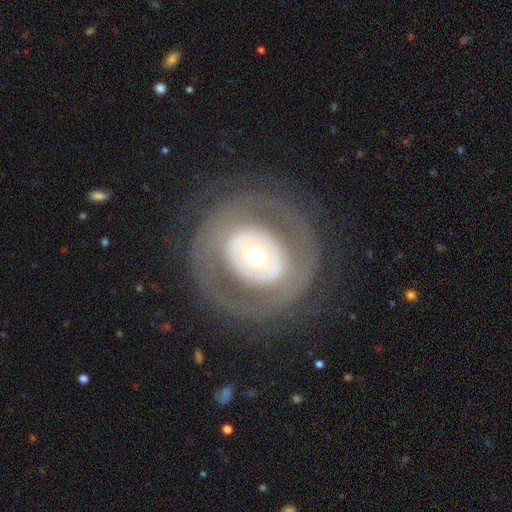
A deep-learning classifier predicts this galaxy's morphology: Smooth or featured? Predicted: featured or disk (p=0.62). Edge-on disk? Predicted: no (p=0.95). Bar? Predicted: no (p=0.80). Spiral arms? Predicted: no (p=0.82). Bulge size? Predicted: moderate (p=0.64). Merging? Predicted: none (p=0.79).